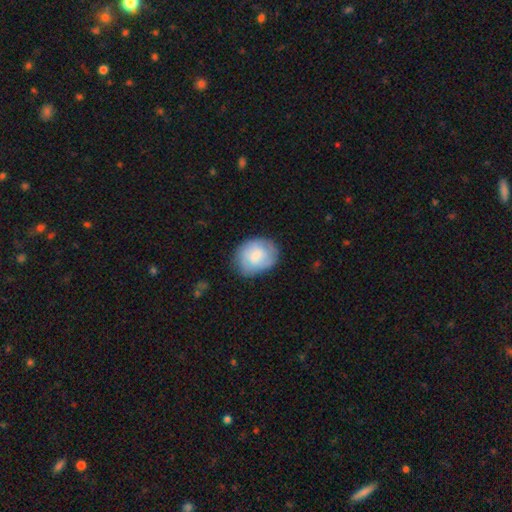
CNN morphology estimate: smooth_or_featured: smooth (p=0.68) [alt: featured or disk p=0.25]
how_rounded: in between (p=0.54) [alt: round p=0.45]
merging: none (p=0.70) [alt: minor disturbance p=0.22]